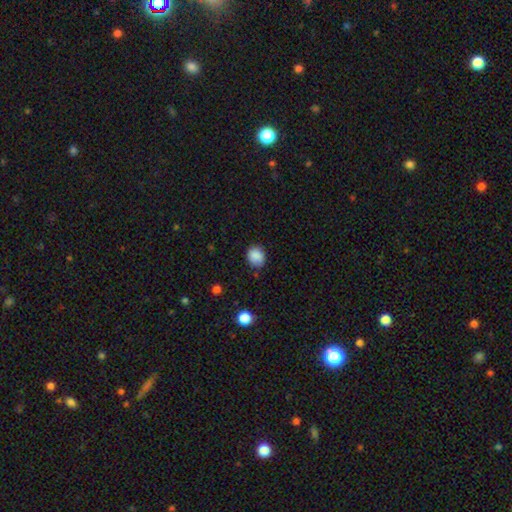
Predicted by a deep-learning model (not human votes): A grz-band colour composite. It shows a smooth galaxy with no disk features (87%) that is round (64%). Merging: none (79%).